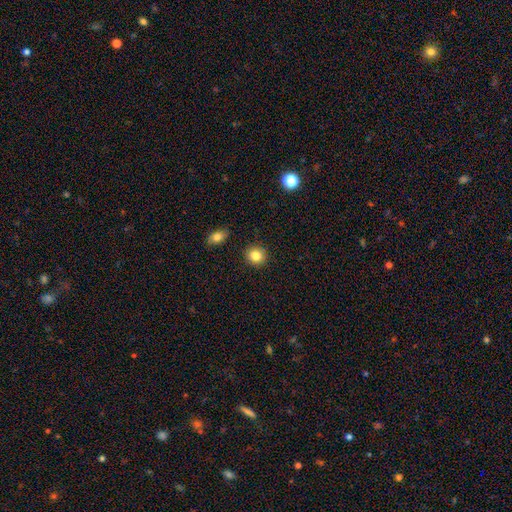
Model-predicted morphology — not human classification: smooth_or_featured: smooth (p=0.84) [alt: star or artifact p=0.10]
how_rounded: round (p=0.85) [alt: in between p=0.14]
merging: none (p=0.90) [alt: minor disturbance p=0.06]